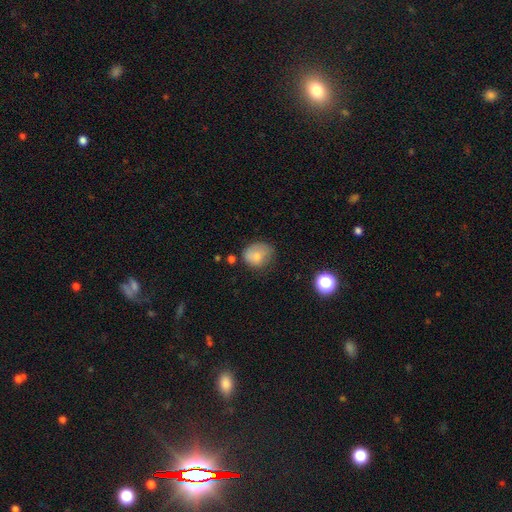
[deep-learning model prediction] smooth_or_featured: smooth (p=0.75) [alt: featured or disk p=0.15]
how_rounded: round (p=0.58) [alt: in between p=0.42]
merging: none (p=0.52) [alt: minor disturbance p=0.33]